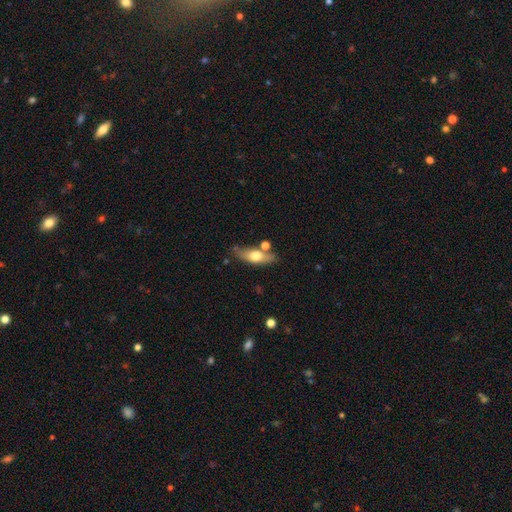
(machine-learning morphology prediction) type=smooth (54%); roundness=in between (59%); merging=none (70%).